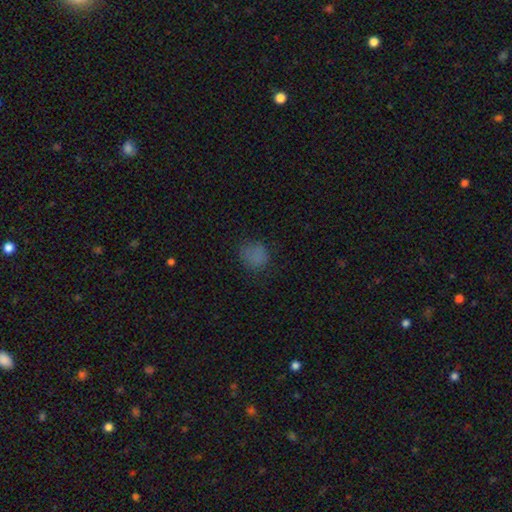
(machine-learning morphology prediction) This appears to be a smooth galaxy with no disk features (75%) that is round (77%). Merging: none (72%).